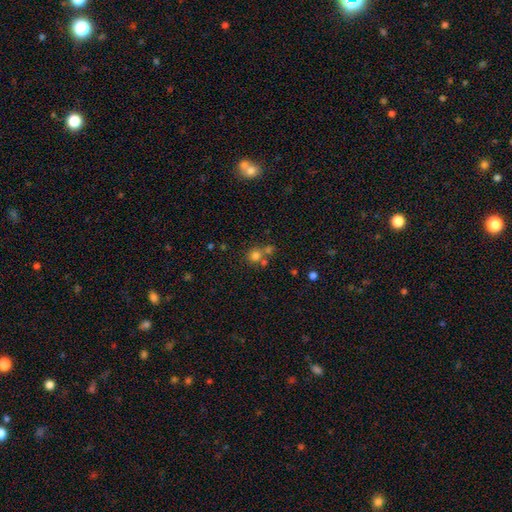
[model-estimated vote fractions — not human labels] The model was most divided on "merging": none: 56%, merger: 33%, minor disturbance: 8%, major disturbance: 4%. More confident: how rounded — round (88%); smooth or featured — smooth (73%).